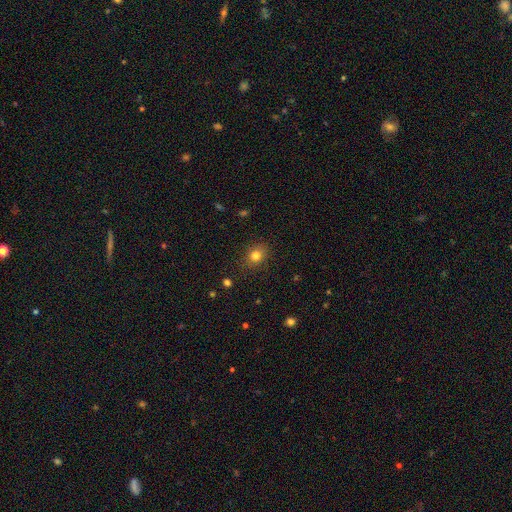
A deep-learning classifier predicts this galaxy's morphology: smooth-or-featured: smooth: 80% | star or artifact: 13% | featured or disk: 7%
  how-rounded: round: 58% | in between: 41% | cigar-shaped: 1%
  merging: none: 85% | minor disturbance: 11% | major disturbance: 3% | merger: 1%